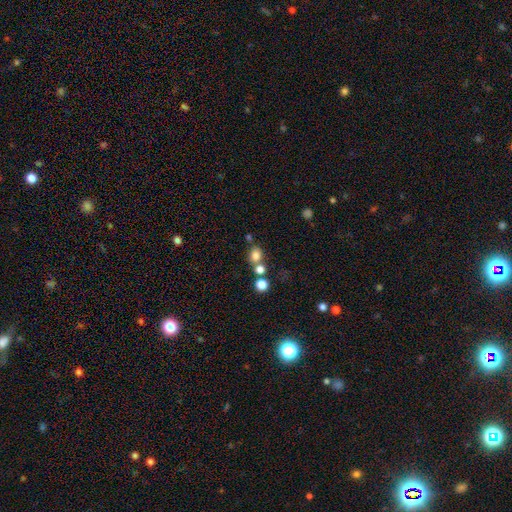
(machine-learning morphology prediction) type=smooth (78%); roundness=round (54%); merging=none (59%).